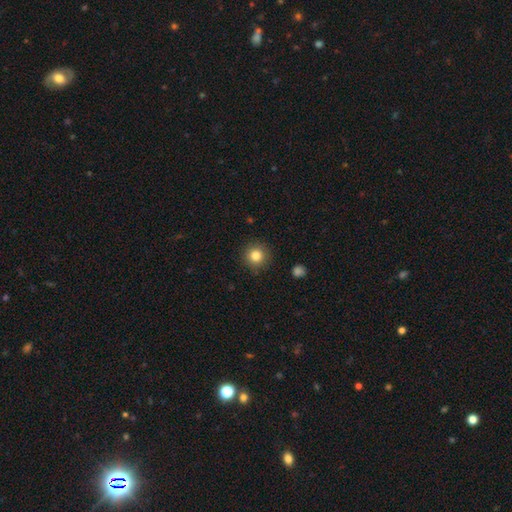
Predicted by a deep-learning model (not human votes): This is clearly a smooth galaxy (82%). How rounded: clearly round (95%). Merging: clearly none (90%).